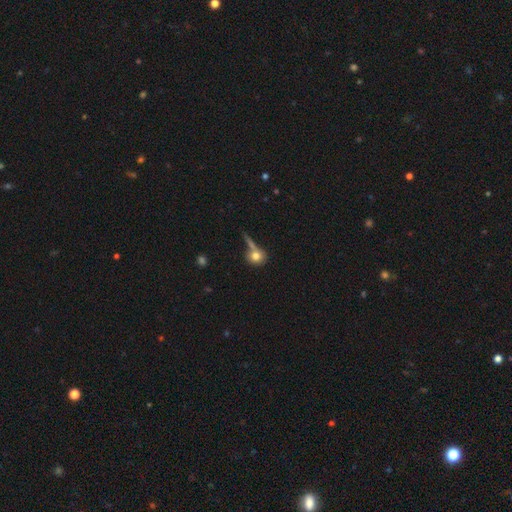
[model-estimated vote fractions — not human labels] smooth-or-featured: smooth: 75% | featured or disk: 15% | star or artifact: 10%
  how-rounded: round: 74% | in between: 23% | cigar-shaped: 3%
  merging: none: 45% | merger: 29% | minor disturbance: 14% | major disturbance: 12%